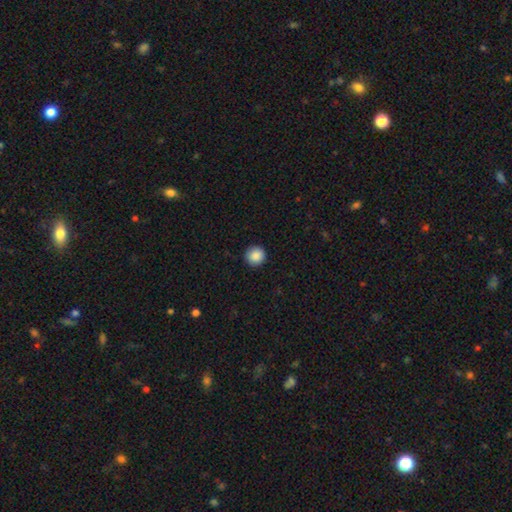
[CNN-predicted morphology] Q: Smooth or featured?
A: smooth (88%); runner-up: star or artifact (9%)
Q: How rounded?
A: round (95%); runner-up: in between (4%)
Q: Merging?
A: none (92%); runner-up: minor disturbance (5%)